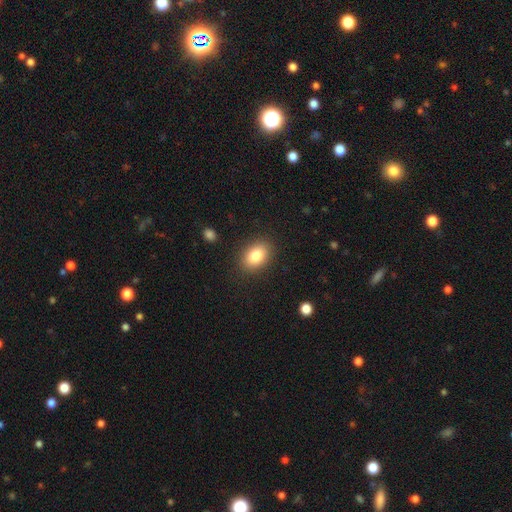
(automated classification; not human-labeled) Overall: smooth (83%). How rounded: in between (80%). Merging: none (88%).